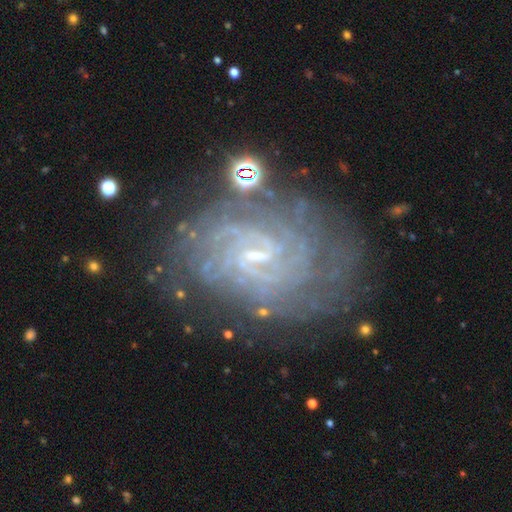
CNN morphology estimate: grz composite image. It shows a featured or disk galaxy (87%) with a weak bar (54%), tight (75%) spiral arms (97%) and a small central bulge (75%). Merging: none (72%).